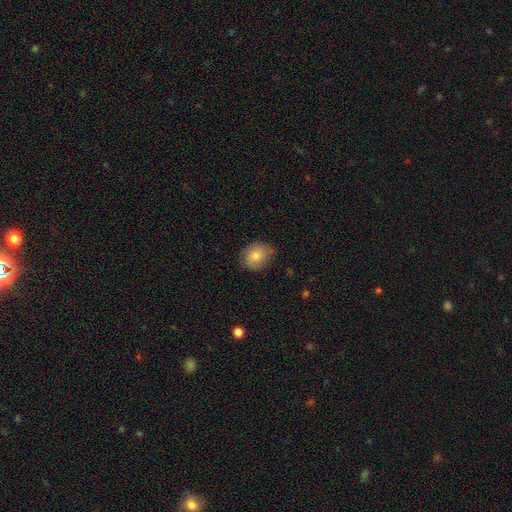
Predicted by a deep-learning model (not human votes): This appears to be a smooth galaxy with no disk features (78%) that is round (65%). Merging: none (65%).